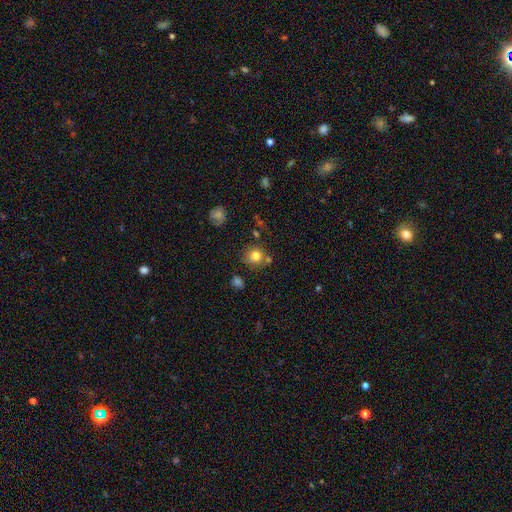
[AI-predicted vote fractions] Smooth or featured: smooth — 79% (star or artifact — 12%)
How rounded: round — 84% (in between — 15%)
Merging: none — 71% (minor disturbance — 14%)